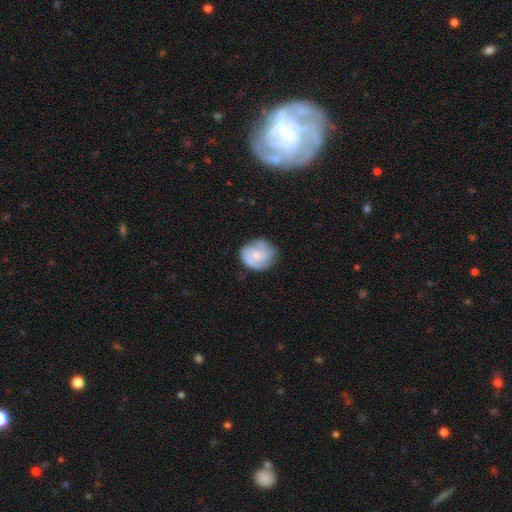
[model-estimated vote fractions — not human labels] Smooth or featured? Predicted: featured or disk (p=0.57). Edge-on disk? Predicted: no (p=0.98). Bar? Predicted: no (p=0.76). Spiral arms? Predicted: yes (p=0.86). Bulge size? Predicted: small (p=0.56). Merging? Predicted: none (p=0.71).